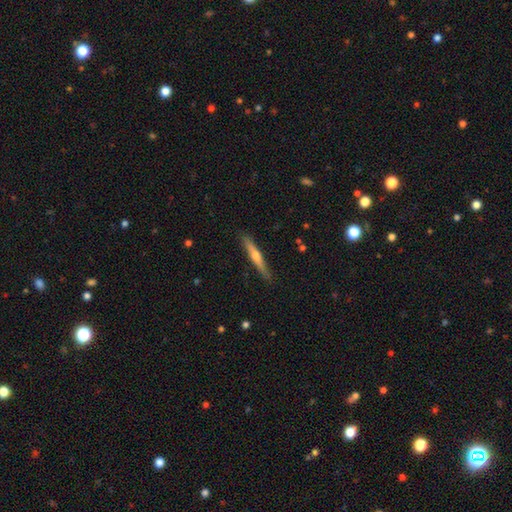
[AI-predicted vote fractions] Smooth or featured? featured or disk (59%)
Edge-on disk? yes (96%)
Edge-on bulge? rounded (83%)
Merging? none (89%)